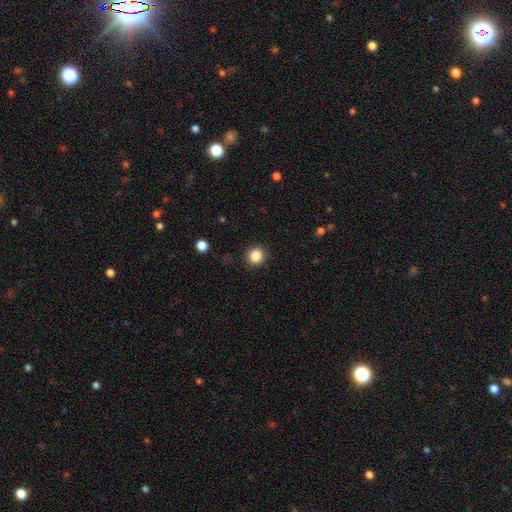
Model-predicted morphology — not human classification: This appears to be a smooth galaxy with no disk features (86%) that is round (92%). Merging: none (91%).